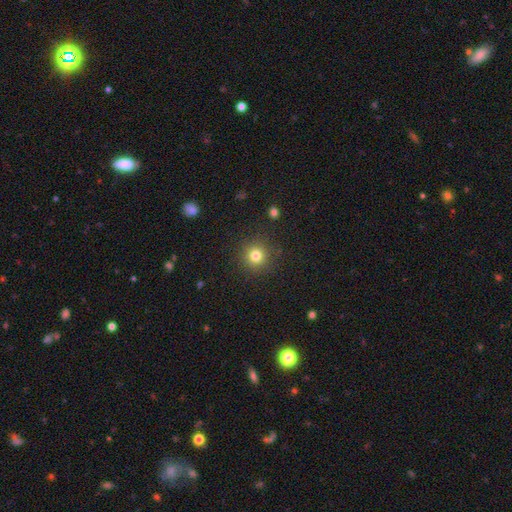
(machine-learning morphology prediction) This is likely a smooth galaxy (80%). How rounded: clearly round (94%). Merging: clearly none (89%).